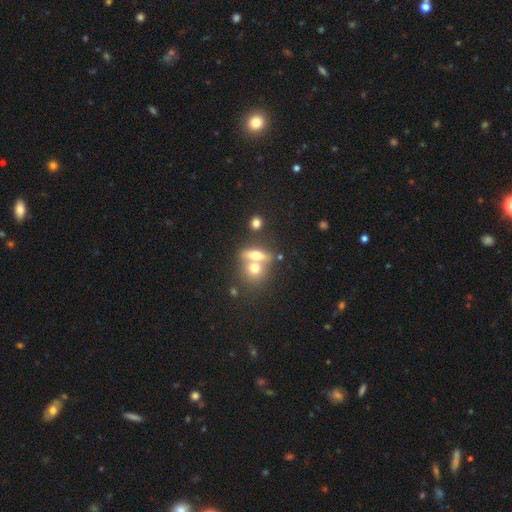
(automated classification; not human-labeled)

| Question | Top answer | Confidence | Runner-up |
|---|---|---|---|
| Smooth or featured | smooth | 54% | featured or disk (36%) |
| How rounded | in between | 47% | round (29%) |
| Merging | merger | 48% | none (39%) |